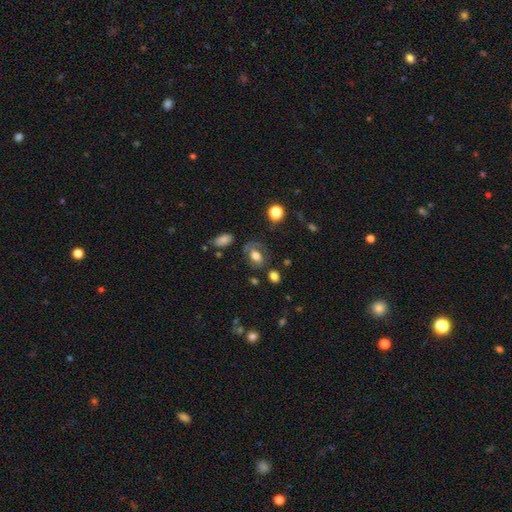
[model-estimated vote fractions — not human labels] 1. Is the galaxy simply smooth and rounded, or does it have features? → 57% smooth, 32% featured or disk, 11% star or artifact.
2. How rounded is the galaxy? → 76% in between, 22% round, 2% cigar-shaped.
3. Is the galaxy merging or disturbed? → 58% none, 22% minor disturbance, 15% major disturbance, 5% merger.